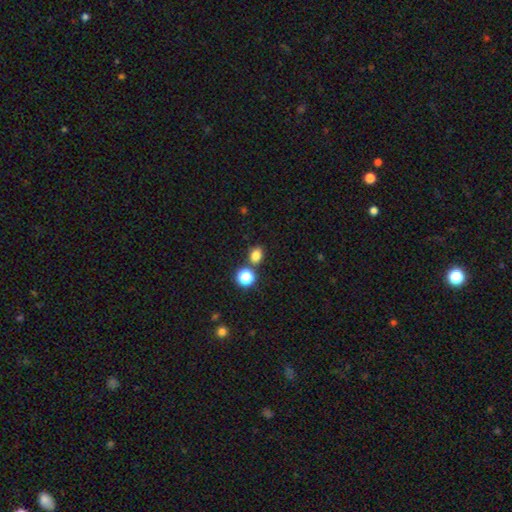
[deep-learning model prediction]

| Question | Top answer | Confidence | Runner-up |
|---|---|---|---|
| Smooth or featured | smooth | 79% | star or artifact (16%) |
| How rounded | round | 51% | in between (48%) |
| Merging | none | 76% | merger (12%) |